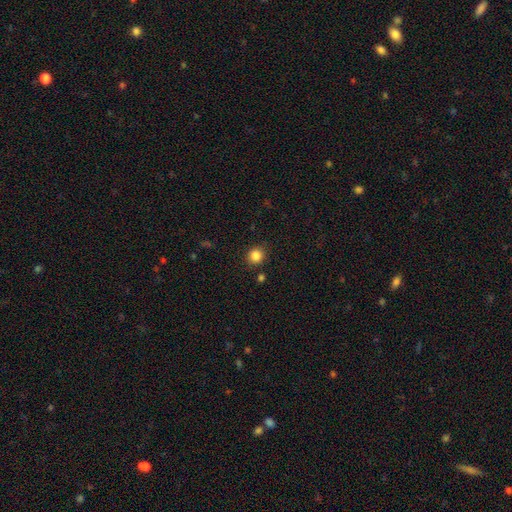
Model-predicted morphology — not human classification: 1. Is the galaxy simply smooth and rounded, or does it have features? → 85% smooth, 11% star or artifact, 4% featured or disk.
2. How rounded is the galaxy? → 85% round, 14% in between, 1% cigar-shaped.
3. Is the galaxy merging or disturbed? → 86% none, 8% minor disturbance, 3% major disturbance, 3% merger.